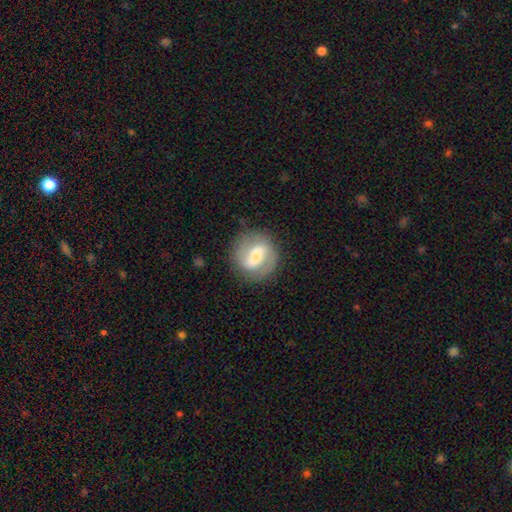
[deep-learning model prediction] This is likely a featured or disk galaxy (68%). It is clearly not viewed edge-on (97%). Bar: marginally weak (44%). Spiral arm pattern: clearly yes (87%). Spiral arm count: clearly 2 (84%). Spiral winding: possibly medium (48%). Central bulge: marginally moderate (39%). Merging: likely none (77%).